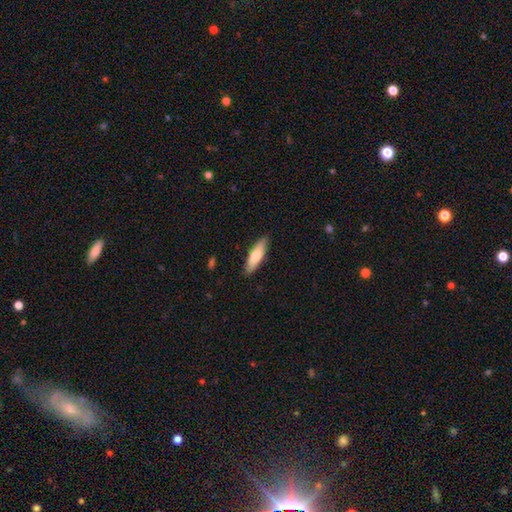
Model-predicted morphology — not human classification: This is likely a smooth galaxy (72%). How rounded: possibly cigar-shaped (56%). Merging: clearly none (88%).